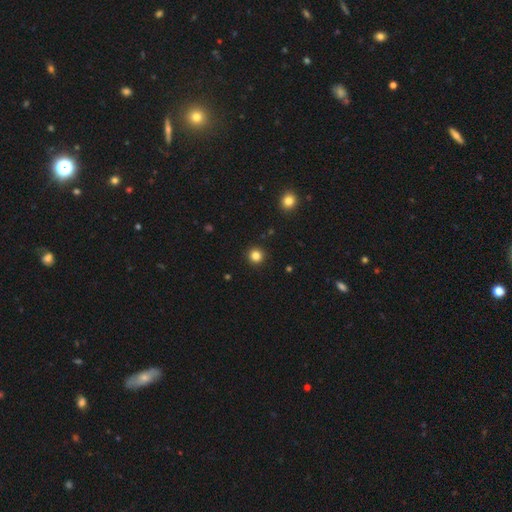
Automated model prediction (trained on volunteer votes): Morphology: type=smooth (83%); roundness=round (95%); merging=none (93%).